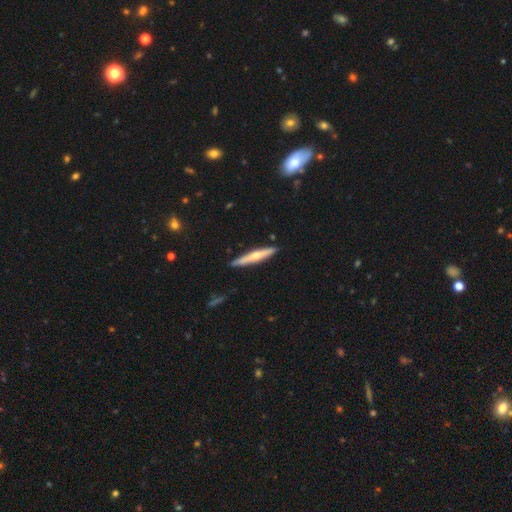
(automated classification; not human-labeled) smooth_or_featured: featured or disk (p=0.52) [alt: smooth p=0.42]
disk_edge_on: yes (p=0.95) [alt: no p=0.05]
merging: none (p=0.89) [alt: minor disturbance p=0.08]